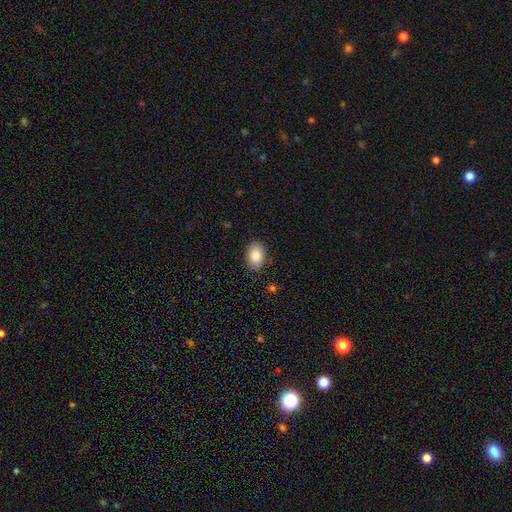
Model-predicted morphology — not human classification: Smooth or featured: smooth — 87% (star or artifact — 7%)
How rounded: in between — 85% (round — 14%)
Merging: none — 87% (minor disturbance — 9%)